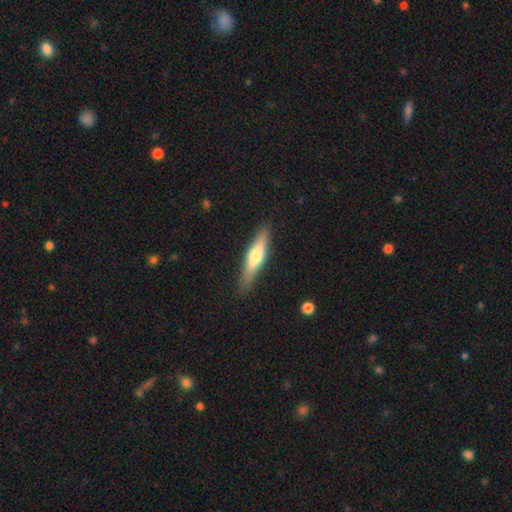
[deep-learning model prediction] The model was most divided on "smooth or featured": smooth: 53%, featured or disk: 41%, star or artifact: 6%. More confident: merging — none (86%); how rounded — cigar-shaped (81%).